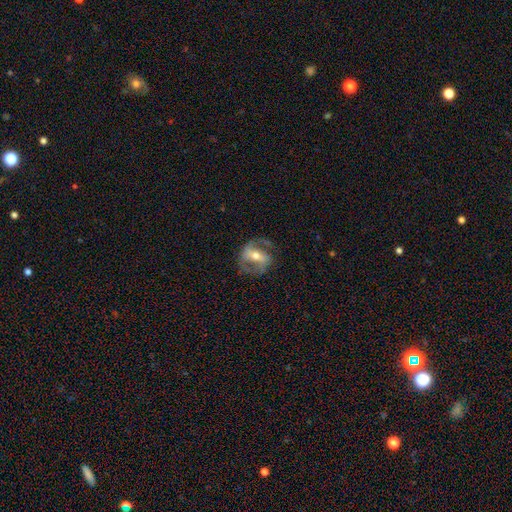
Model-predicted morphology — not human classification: smooth-or-featured: featured or disk: 80% | smooth: 14% | star or artifact: 6%
  disk-edge-on: no: 94% | yes: 6%
    bar: strong: 52% | weak: 32% | no: 17%
    has-spiral-arms: yes: 85% | no: 15%
      spiral-winding: medium: 51% | tight: 25% | loose: 24%
      spiral-arm-count: 2: 84% | can't tell: 7% | 1: 6% | 3: 2% | 4: 1% | more than 4: 1%
    bulge-size: moderate: 62% | small: 32% | large: 4% | none: 1% | dominant: 1%
  merging: none: 71% | minor disturbance: 15% | major disturbance: 12% | merger: 1%